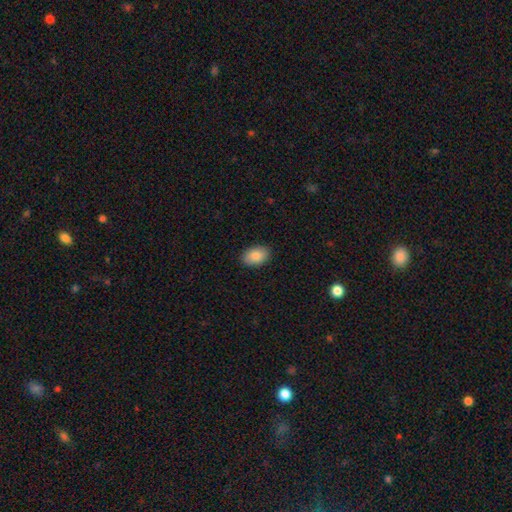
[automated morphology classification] A smooth galaxy with no disk features (86%) that is in between round and cigar-shaped (90%). Merging: none (90%).